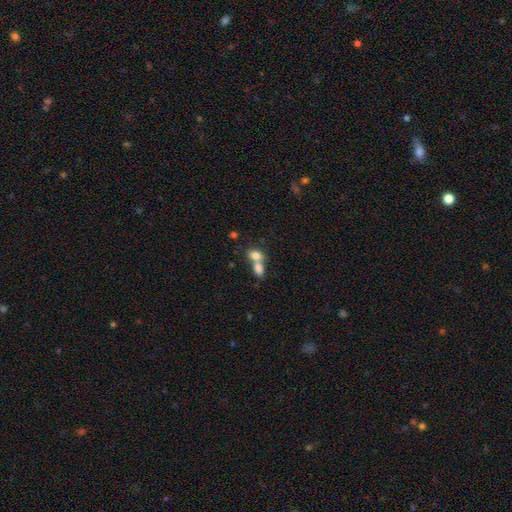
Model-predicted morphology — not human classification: type=smooth (78%); roundness=in between (77%); merging=merger (67%).